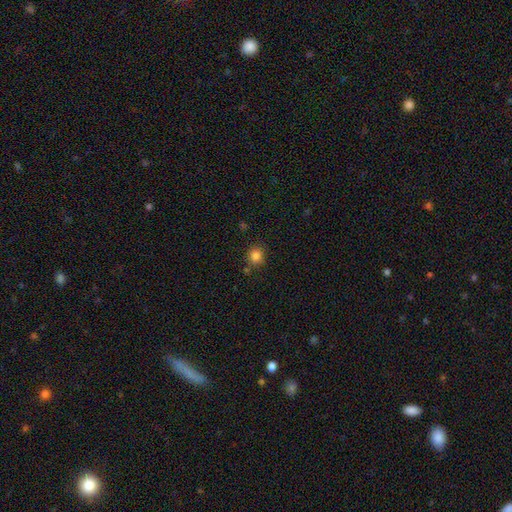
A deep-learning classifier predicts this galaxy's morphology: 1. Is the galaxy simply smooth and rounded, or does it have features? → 83% smooth, 12% star or artifact, 5% featured or disk.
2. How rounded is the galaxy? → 85% round, 14% in between, 1% cigar-shaped.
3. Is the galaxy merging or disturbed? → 81% none, 11% minor disturbance, 6% merger, 3% major disturbance.